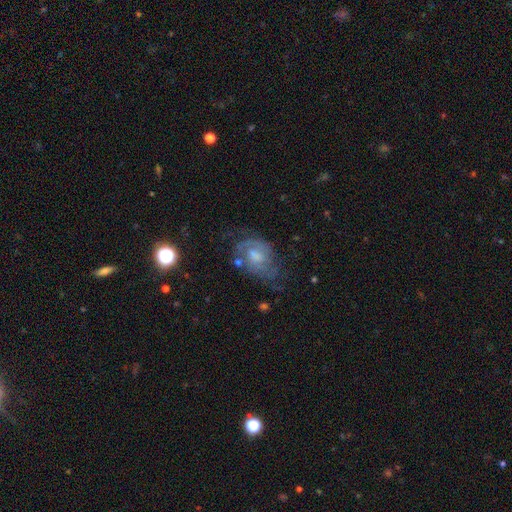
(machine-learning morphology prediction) Smooth or featured?
  - featured or disk: 72% *
  - smooth: 19%
  - star or artifact: 9%
Edge-on disk?
  - no: 97% *
  - yes: 3%
Bar?
  - no: 52% *
  - weak: 42%
  - strong: 7%
Spiral arms?
  - yes: 84% *
  - no: 16%
Spiral winding?
  - medium: 45% *
  - tight: 36%
  - loose: 19%
Spiral arm count?
  - 2: 55% *
  - can't tell: 25%
  - 1: 9%
  - 3: 6%
  - 4: 2%
  - more than 4: 2%
Bulge size?
  - moderate: 45% *
  - small: 25%
  - none: 16%
  - large: 12%
  - dominant: 2%
Merging?
  - none: 51% *
  - minor disturbance: 24%
  - major disturbance: 20%
  - merger: 5%